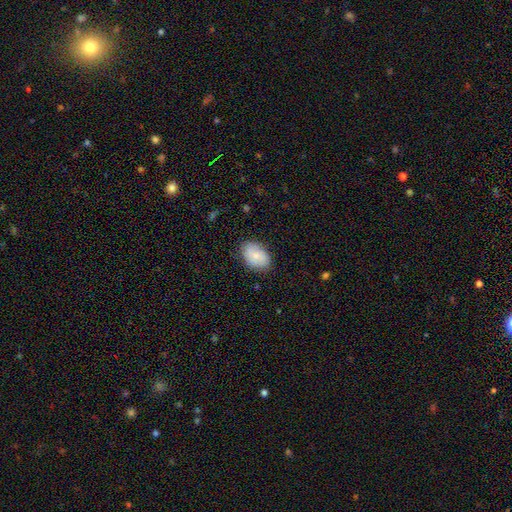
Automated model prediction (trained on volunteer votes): smooth-or-featured: smooth: 72% | featured or disk: 21% | star or artifact: 7%
  how-rounded: in between: 87% | round: 12% | cigar-shaped: 1%
  merging: none: 80% | minor disturbance: 16% | major disturbance: 3% | merger: 1%